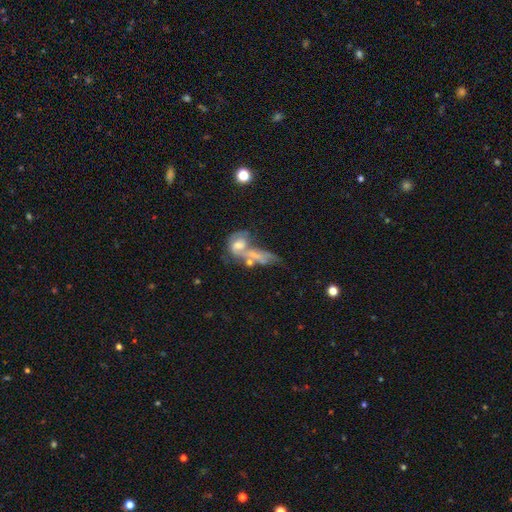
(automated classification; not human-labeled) smooth 45%, featured or disk 44%, star or artifact 11%. Down the decision tree: merging — merger (57%).